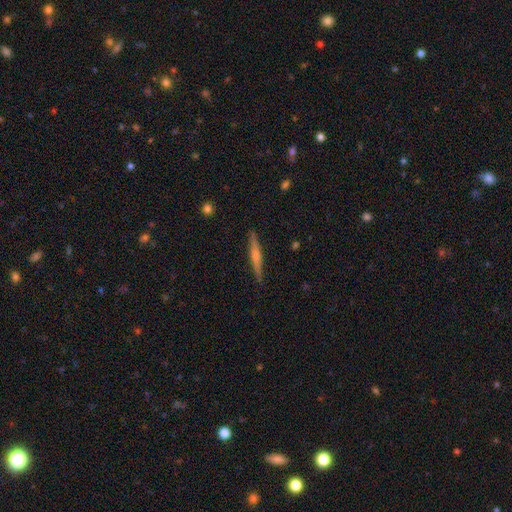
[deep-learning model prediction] A featured or disk galaxy (60%) viewed edge-on (98%) with a rounded central bulge (56%).

Vote fractions:
- Smooth or featured? featured or disk: 60% / smooth: 34% / star or artifact: 6%
- Edge-on disk? yes: 98% / no: 2%
- Edge-on bulge? rounded: 56% / none: 25% / boxy: 19%
- Merging? none: 90% / minor disturbance: 7% / major disturbance: 1% / merger: 1%